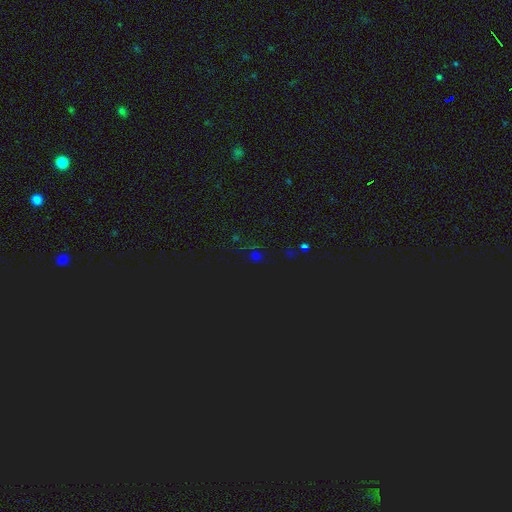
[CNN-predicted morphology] Smooth or featured?
  - star or artifact: 67% *
  - smooth: 26%
  - featured or disk: 7%